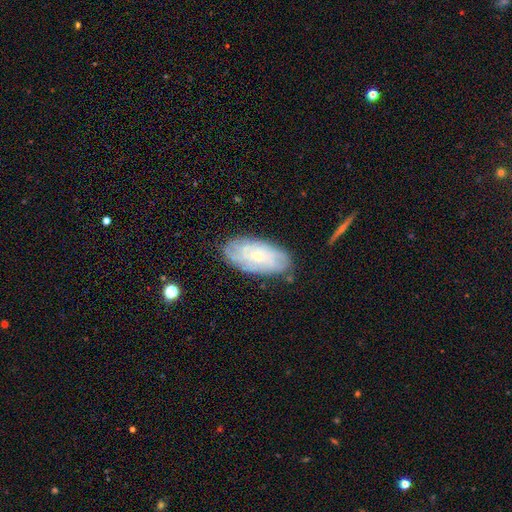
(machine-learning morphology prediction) Smooth or featured: featured or disk — 62% (smooth — 30%)
Edge-on disk: no — 92% (yes — 8%)
Bar: no — 76% (weak — 20%)
Spiral arms: yes — 85% (no — 15%)
Bulge size: small — 72% (moderate — 23%)
Merging: none — 78% (minor disturbance — 16%)